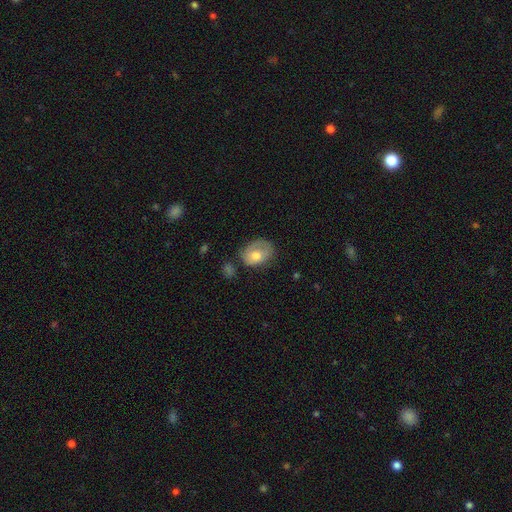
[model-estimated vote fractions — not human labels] Smooth or featured?
  - smooth: 62% *
  - featured or disk: 31%
  - star or artifact: 7%
How rounded?
  - in between: 71% *
  - round: 28%
  - cigar-shaped: 1%
Merging?
  - none: 47% *
  - minor disturbance: 31%
  - major disturbance: 17%
  - merger: 4%